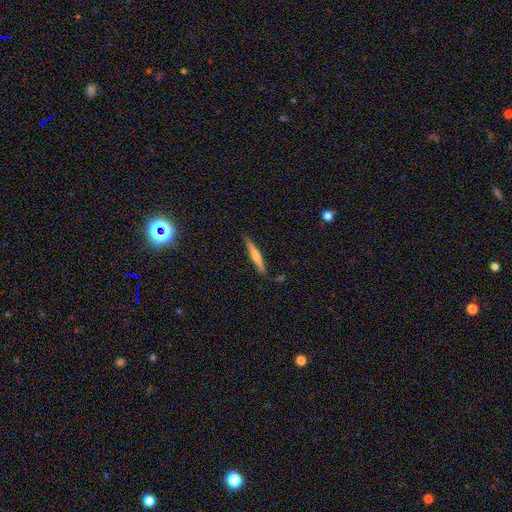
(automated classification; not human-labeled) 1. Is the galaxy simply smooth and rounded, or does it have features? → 52% smooth, 41% featured or disk, 7% star or artifact.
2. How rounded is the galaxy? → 94% cigar-shaped, 5% in between, 2% round.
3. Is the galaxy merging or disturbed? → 86% none, 11% minor disturbance, 2% major disturbance, 2% merger.